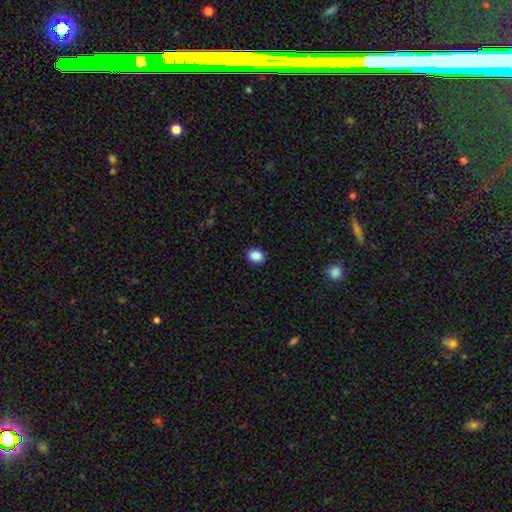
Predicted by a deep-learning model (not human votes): Smooth or featured?
  - smooth: 88% *
  - star or artifact: 9%
  - featured or disk: 3%
How rounded?
  - round: 61% *
  - in between: 38%
  - cigar-shaped: 1%
Merging?
  - none: 90% *
  - minor disturbance: 7%
  - major disturbance: 2%
  - merger: 1%